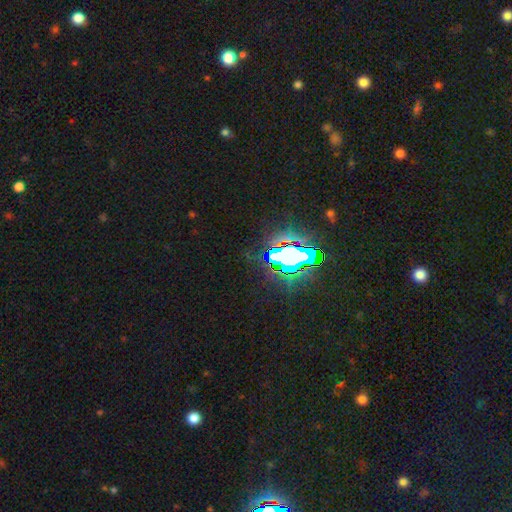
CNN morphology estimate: Smooth or featured: star or artifact — 79% (smooth — 12%)